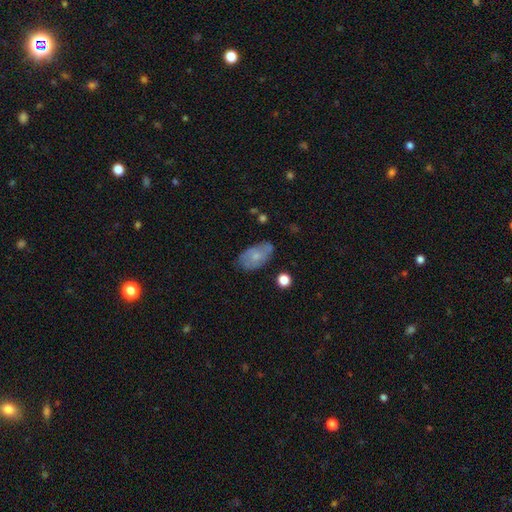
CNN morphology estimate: Smooth or featured?
  - smooth: 59% *
  - featured or disk: 34%
  - star or artifact: 8%
How rounded?
  - in between: 91% *
  - round: 6%
  - cigar-shaped: 2%
Merging?
  - none: 64% *
  - minor disturbance: 26%
  - major disturbance: 7%
  - merger: 3%